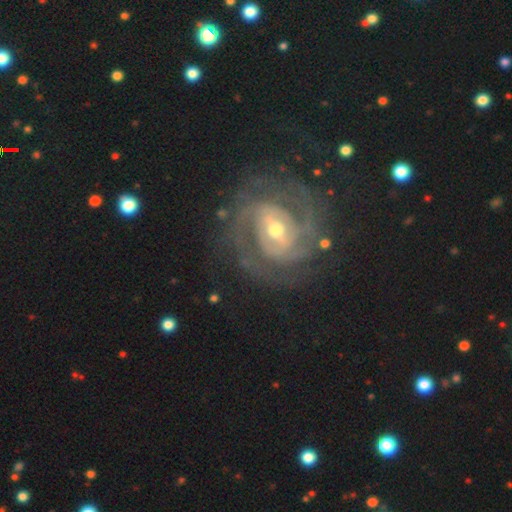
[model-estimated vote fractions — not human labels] Smooth or featured: featured or disk — 81% (star or artifact — 11%)
Edge-on disk: no — 97% (yes — 3%)
Bar: weak — 43% (strong — 29%)
Spiral arms: yes — 94% (no — 6%)
Spiral winding: tight — 62% (medium — 30%)
Spiral arm count: 2 — 51% (can't tell — 20%)
Bulge size: small — 58% (moderate — 36%)
Merging: none — 79% (minor disturbance — 12%)